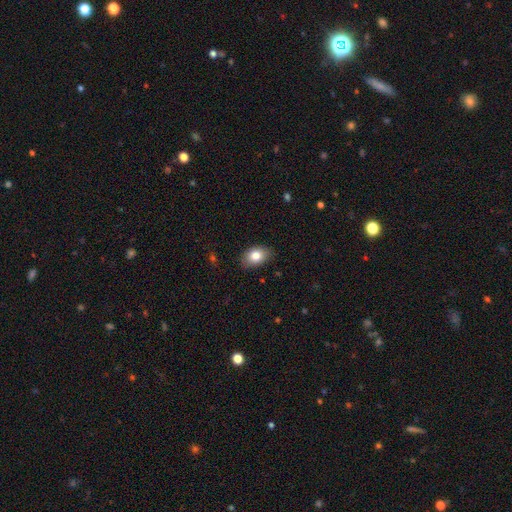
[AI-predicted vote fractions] smooth-or-featured: smooth: 82% | featured or disk: 10% | star or artifact: 8%
  how-rounded: in between: 84% | round: 15% | cigar-shaped: 1%
  merging: none: 84% | minor disturbance: 13% | major disturbance: 2% | merger: 1%